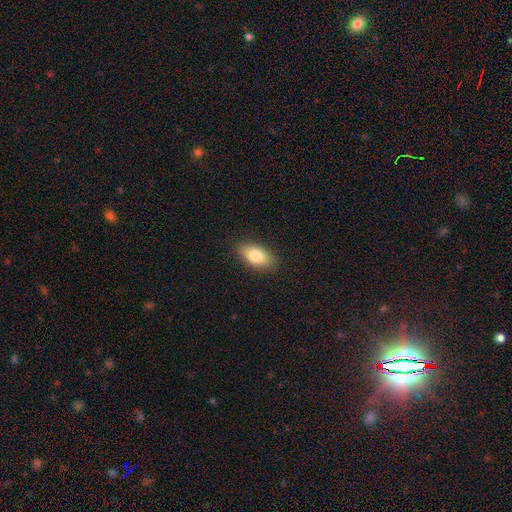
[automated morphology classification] smooth_or_featured: smooth (p=0.82) [alt: featured or disk p=0.11]
how_rounded: in between (p=0.90) [alt: cigar-shaped p=0.05]
merging: none (p=0.87) [alt: minor disturbance p=0.10]